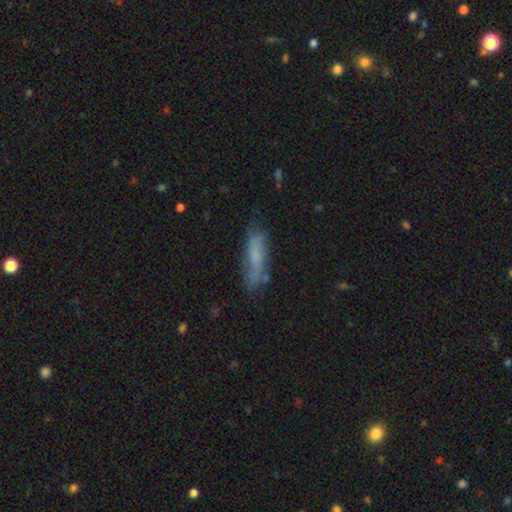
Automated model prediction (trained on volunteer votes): Smooth or featured? Predicted: smooth (p=0.60). How rounded? Predicted: cigar-shaped (p=0.70). Merging? Predicted: none (p=0.65).